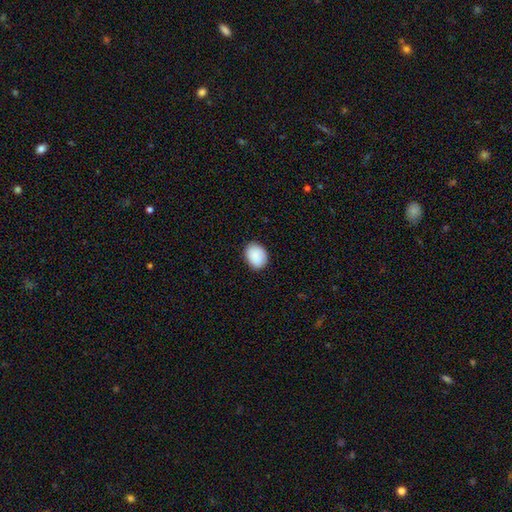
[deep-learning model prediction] Overall: smooth (89%). How rounded: in between (56%; round 43%). Merging: none (85%).